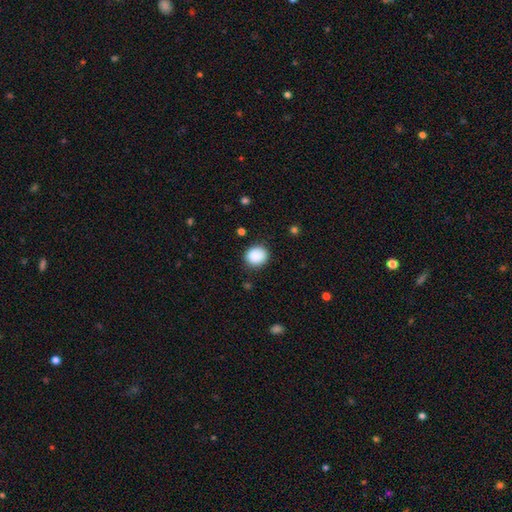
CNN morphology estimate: Q: Smooth or featured?
A: smooth (89%); runner-up: star or artifact (8%)
Q: How rounded?
A: round (77%); runner-up: in between (22%)
Q: Merging?
A: none (85%); runner-up: minor disturbance (10%)